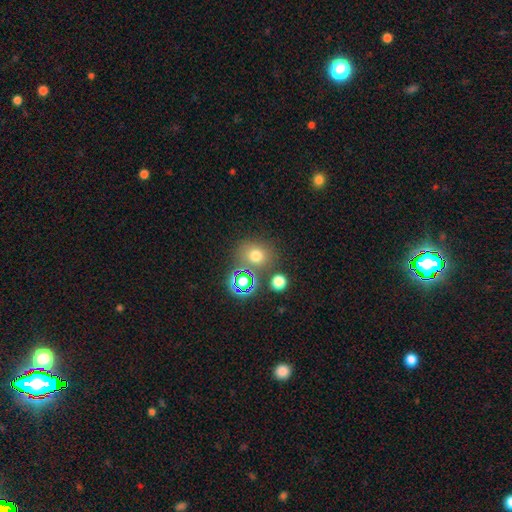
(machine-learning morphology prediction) The model was most divided on "how rounded": round: 72%, in between: 27%, cigar-shaped: 1%. More confident: merging — none (70%); smooth or featured — smooth (68%).